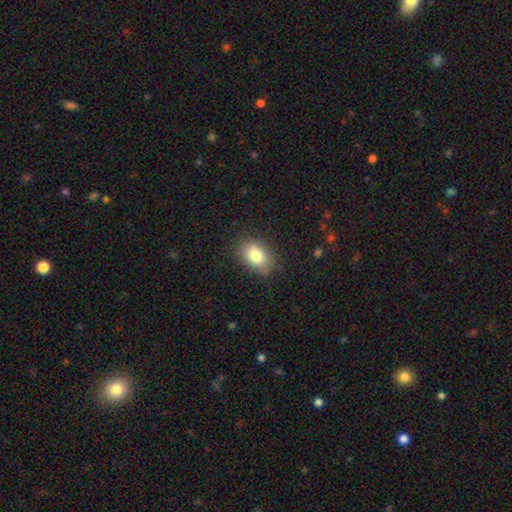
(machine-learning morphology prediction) smooth 81%, featured or disk 10%, star or artifact 9%. Down the decision tree: how rounded — in between (82%); merging — none (83%).